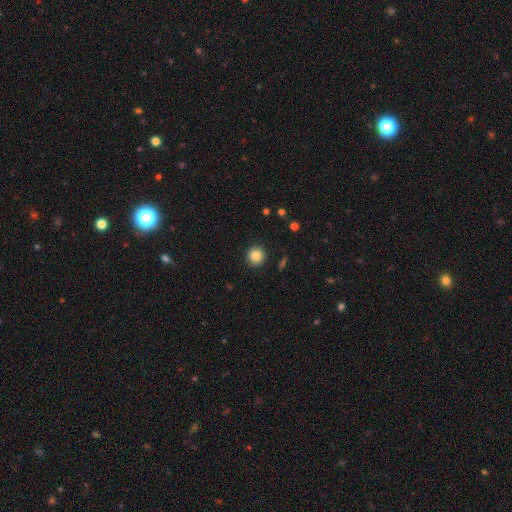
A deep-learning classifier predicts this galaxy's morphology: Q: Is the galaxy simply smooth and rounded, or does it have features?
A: smooth — 84%.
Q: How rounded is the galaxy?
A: round — 94%.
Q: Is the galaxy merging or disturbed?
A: none — 92%.